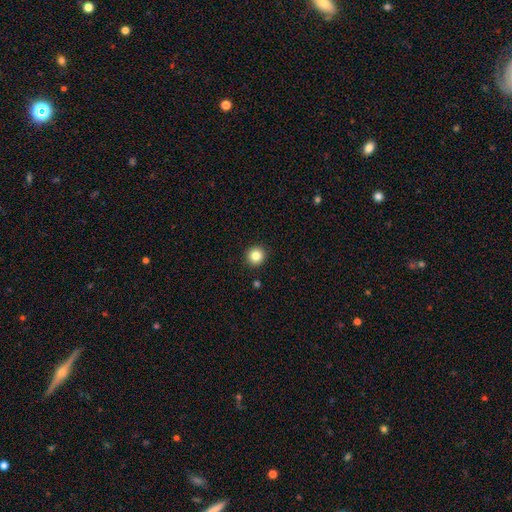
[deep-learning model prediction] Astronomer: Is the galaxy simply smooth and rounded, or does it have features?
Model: smooth — 84%.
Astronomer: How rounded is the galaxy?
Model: round — 94%.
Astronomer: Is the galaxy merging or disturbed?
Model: none — 93%.